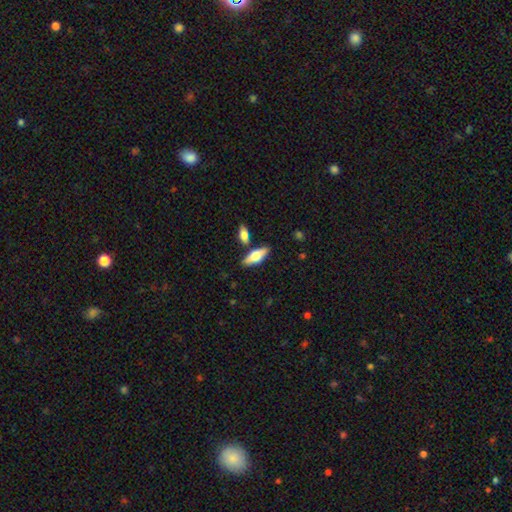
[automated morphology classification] This is possibly a smooth galaxy (57%). How rounded: likely in between (68%). Merging: likely none (77%).